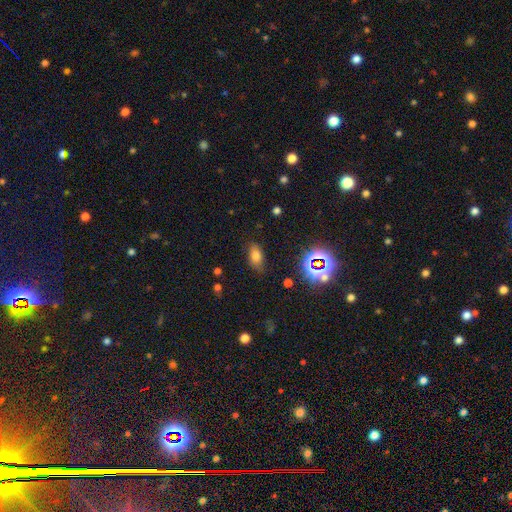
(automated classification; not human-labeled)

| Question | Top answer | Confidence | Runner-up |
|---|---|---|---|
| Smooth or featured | smooth | 70% | star or artifact (20%) |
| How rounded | in between | 87% | round (9%) |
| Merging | none | 79% | minor disturbance (15%) |